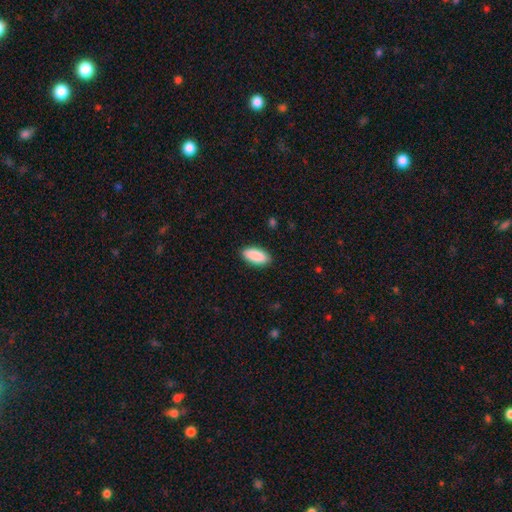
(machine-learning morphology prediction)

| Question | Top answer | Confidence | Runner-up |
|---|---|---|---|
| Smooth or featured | smooth | 91% | star or artifact (6%) |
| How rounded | in between | 91% | cigar-shaped (7%) |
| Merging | none | 89% | minor disturbance (8%) |